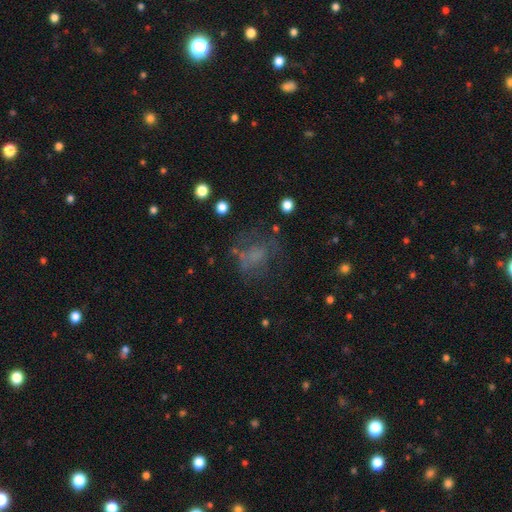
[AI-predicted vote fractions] The model was most divided on "smooth or featured": smooth: 45%, featured or disk: 32%, star or artifact: 23%. Remaining: merging — none (49%).